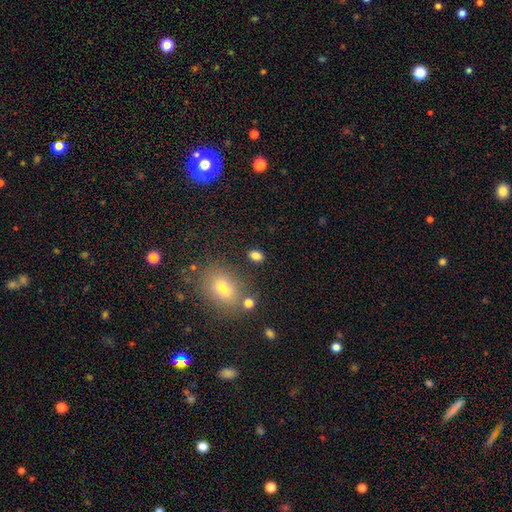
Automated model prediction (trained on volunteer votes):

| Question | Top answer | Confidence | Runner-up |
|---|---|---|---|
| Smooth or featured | smooth | 82% | star or artifact (12%) |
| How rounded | in between | 78% | round (20%) |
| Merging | none | 82% | minor disturbance (10%) |